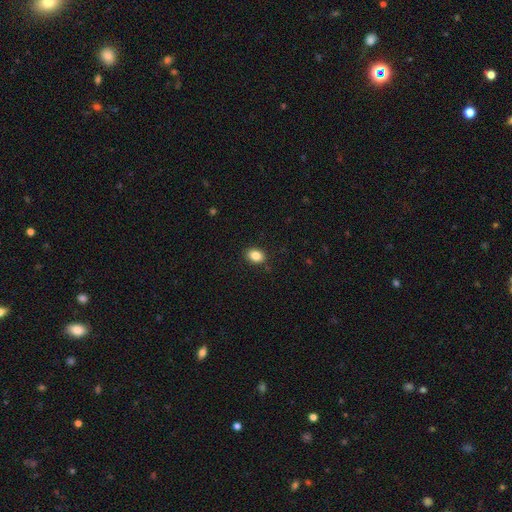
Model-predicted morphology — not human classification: Smooth or featured? Predicted: smooth (p=0.85). How rounded? Predicted: in between (p=0.75). Merging? Predicted: none (p=0.87).